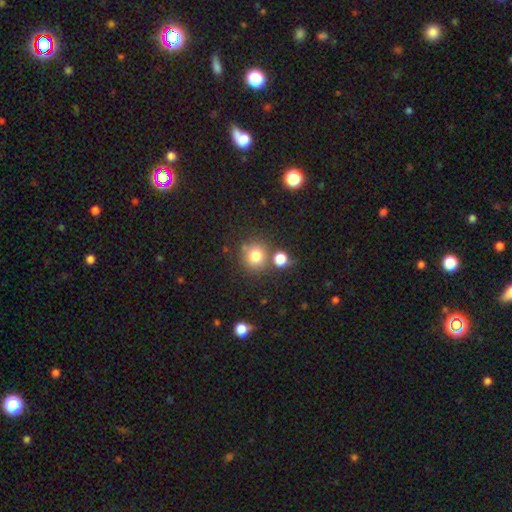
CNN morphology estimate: Smooth or featured? smooth (78%)
How rounded? round (88%)
Merging? none (70%)